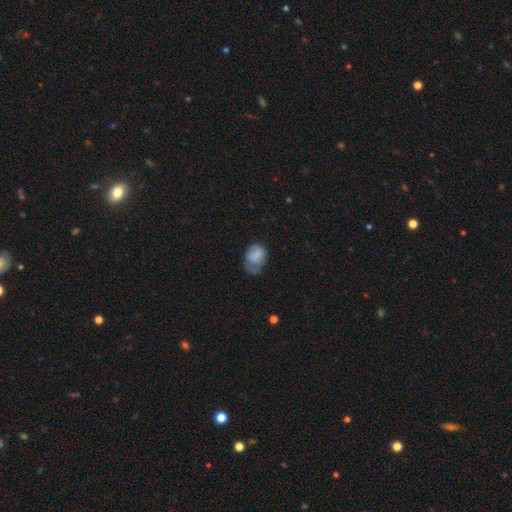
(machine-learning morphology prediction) Smooth or featured: smooth — 74% (featured or disk — 17%)
How rounded: in between — 70% (round — 29%)
Merging: minor disturbance — 38% (none — 35%)